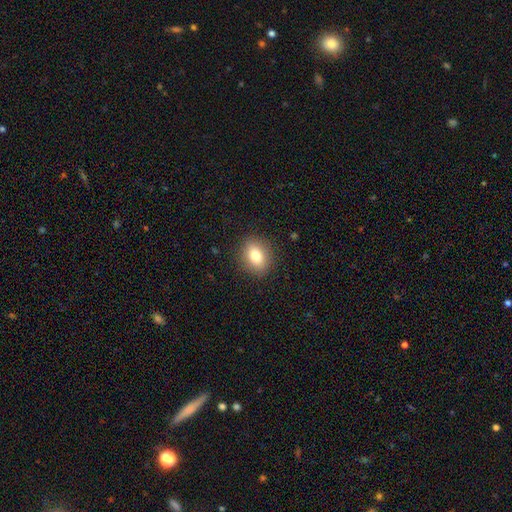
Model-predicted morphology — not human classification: Smooth or featured: smooth — 78% (featured or disk — 12%)
How rounded: in between — 56% (round — 43%)
Merging: none — 89% (minor disturbance — 8%)